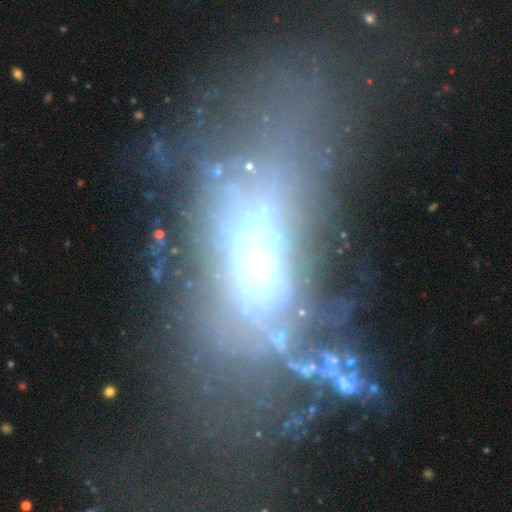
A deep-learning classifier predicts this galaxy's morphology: Smooth or featured? featured or disk (62%)
Edge-on disk? no (71%)
Merging? major disturbance (37%)